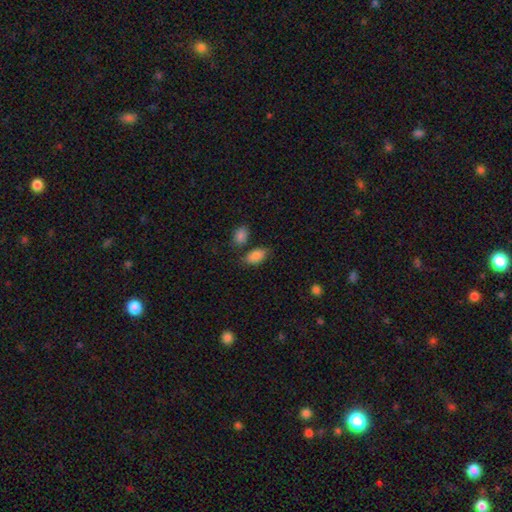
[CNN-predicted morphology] This is clearly a smooth galaxy (85%). How rounded: clearly in between (92%). Merging: likely none (69%).